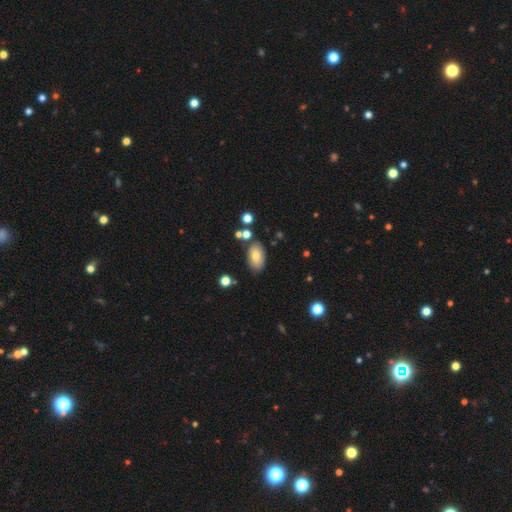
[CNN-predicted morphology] smooth 72%, featured or disk 18%, star or artifact 9%. Down the decision tree: how rounded — in between (92%); merging — none (77%).